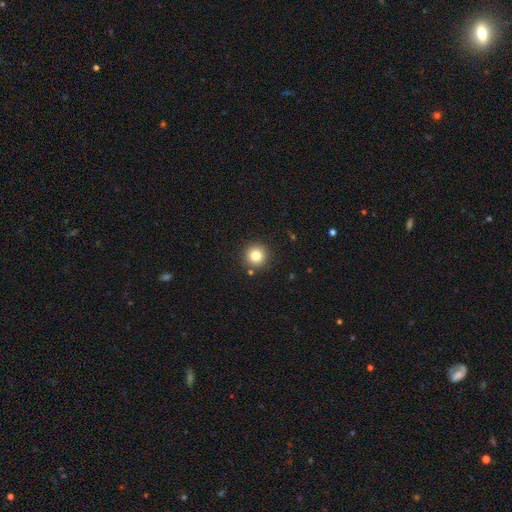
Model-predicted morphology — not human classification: smooth_or_featured: smooth (p=0.82) [alt: star or artifact p=0.11]
how_rounded: round (p=0.95) [alt: in between p=0.04]
merging: none (p=0.88) [alt: minor disturbance p=0.06]